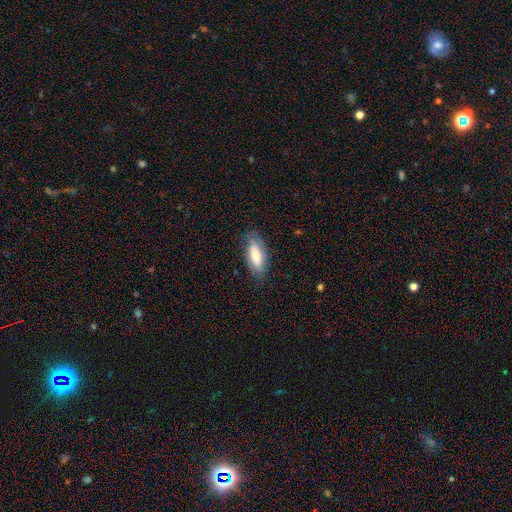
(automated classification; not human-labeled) smooth_or_featured: smooth (p=0.61) [alt: featured or disk p=0.32]
how_rounded: in between (p=0.81) [alt: cigar-shaped p=0.16]
merging: none (p=0.78) [alt: minor disturbance p=0.17]